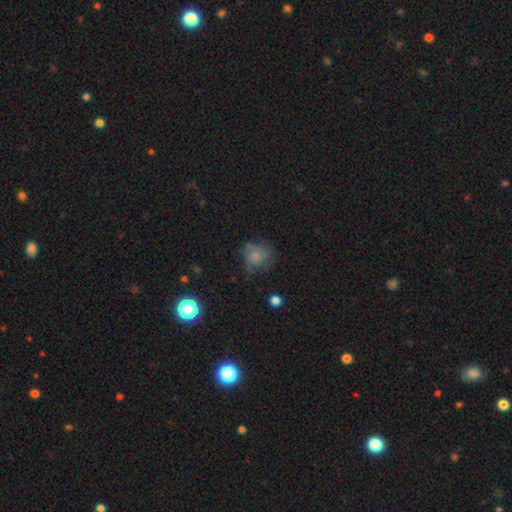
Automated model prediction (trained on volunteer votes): Smooth or featured?
  - smooth: 56% *
  - featured or disk: 31%
  - star or artifact: 13%
How rounded?
  - round: 69% *
  - in between: 30%
  - cigar-shaped: 1%
Merging?
  - none: 47% *
  - minor disturbance: 27%
  - major disturbance: 23%
  - merger: 3%